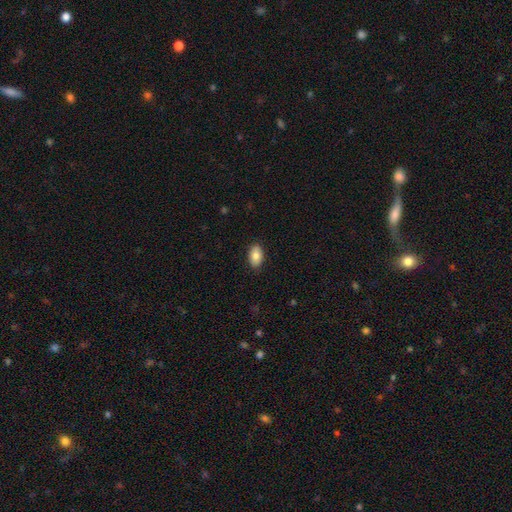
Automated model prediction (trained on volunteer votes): Smooth or featured?
  - smooth: 85% *
  - featured or disk: 8%
  - star or artifact: 7%
How rounded?
  - in between: 93% *
  - round: 6%
  - cigar-shaped: 2%
Merging?
  - none: 89% *
  - minor disturbance: 8%
  - major disturbance: 2%
  - merger: 1%